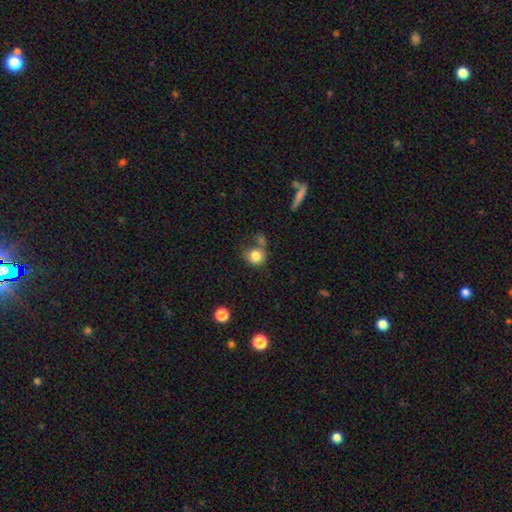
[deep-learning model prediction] Smooth or featured? Predicted: smooth (p=0.81). How rounded? Predicted: round (p=0.80). Merging? Predicted: none (p=0.48).